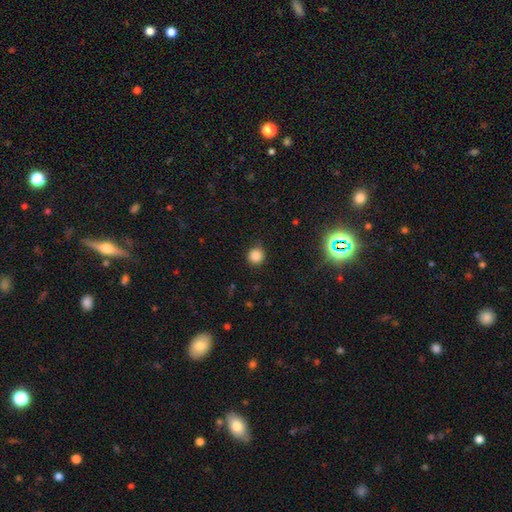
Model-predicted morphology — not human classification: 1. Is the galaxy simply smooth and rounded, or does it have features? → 83% smooth, 13% star or artifact, 3% featured or disk.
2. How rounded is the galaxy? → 94% round, 5% in between, 1% cigar-shaped.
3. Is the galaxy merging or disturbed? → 88% none, 8% minor disturbance, 3% major disturbance, 1% merger.